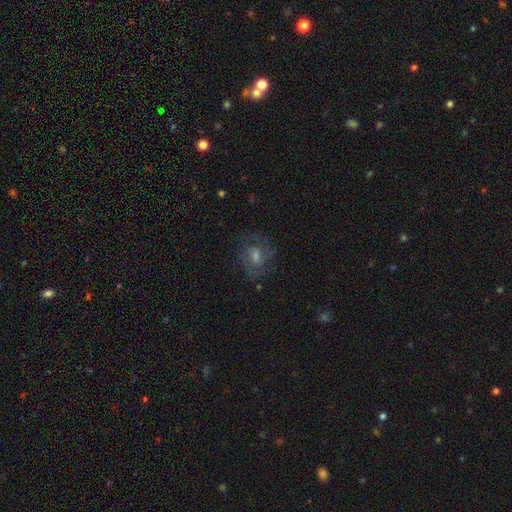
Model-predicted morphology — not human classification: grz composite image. It shows a featured or disk galaxy (62%) with a weak bar (53%), 2 (62%) medium (49%) spiral arms (87%) and a moderate central bulge (46%). Merging: none (72%).